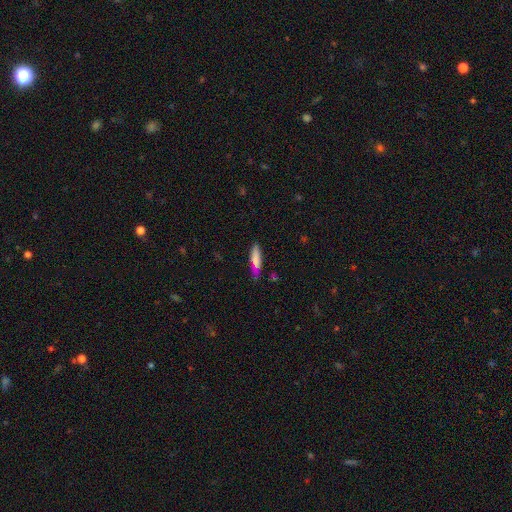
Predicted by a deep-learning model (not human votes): Smooth or featured?
  - smooth: 69% *
  - featured or disk: 23%
  - star or artifact: 9%
How rounded?
  - cigar-shaped: 85% *
  - in between: 13%
  - round: 2%
Merging?
  - none: 75% *
  - minor disturbance: 19%
  - major disturbance: 4%
  - merger: 2%